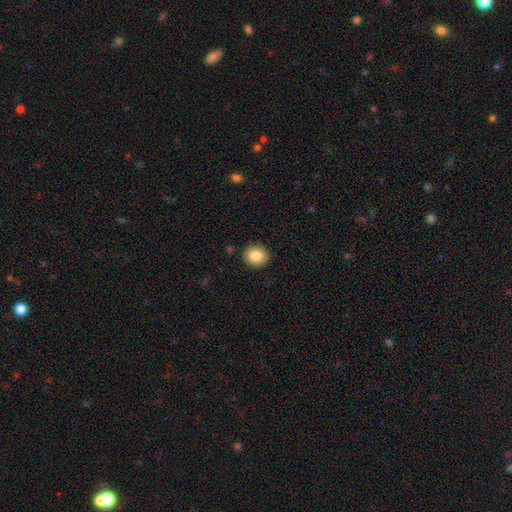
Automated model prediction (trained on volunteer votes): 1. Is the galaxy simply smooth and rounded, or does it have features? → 84% smooth, 8% star or artifact, 7% featured or disk.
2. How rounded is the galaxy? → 81% round, 18% in between, 1% cigar-shaped.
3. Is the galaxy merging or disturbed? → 91% none, 6% minor disturbance, 2% major disturbance, 1% merger.